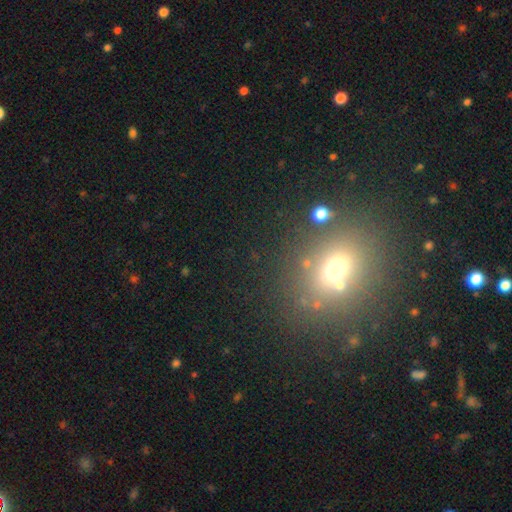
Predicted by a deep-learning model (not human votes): This appears to be a smooth galaxy with no disk features (49%). Merging: none (76%).